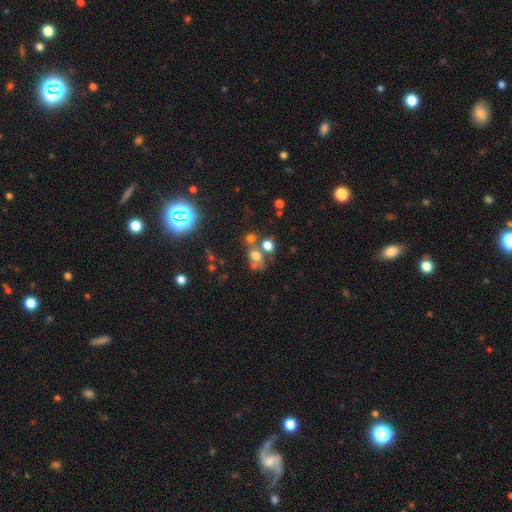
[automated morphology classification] A smooth galaxy with no disk features (59%) that is round (55%).

Vote fractions:
- Smooth or featured? smooth: 59% / star or artifact: 22% / featured or disk: 19%
- How rounded? round: 55% / in between: 43% / cigar-shaped: 2%
- Merging? merger: 43% / none: 35% / minor disturbance: 12% / major disturbance: 10%